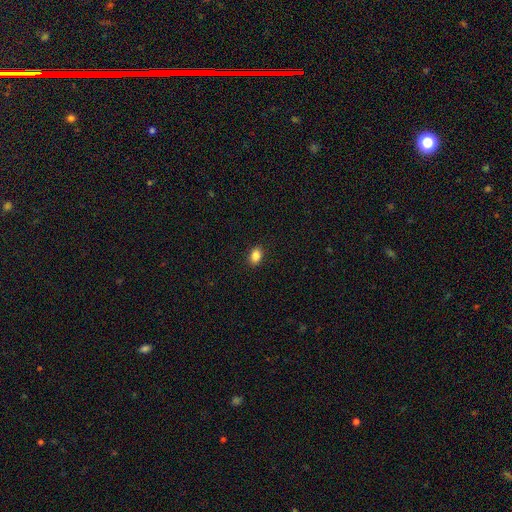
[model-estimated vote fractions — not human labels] Smooth or featured?
  - smooth: 86% *
  - star or artifact: 10%
  - featured or disk: 4%
How rounded?
  - in between: 74% *
  - round: 25%
  - cigar-shaped: 1%
Merging?
  - none: 90% *
  - minor disturbance: 7%
  - major disturbance: 2%
  - merger: 1%